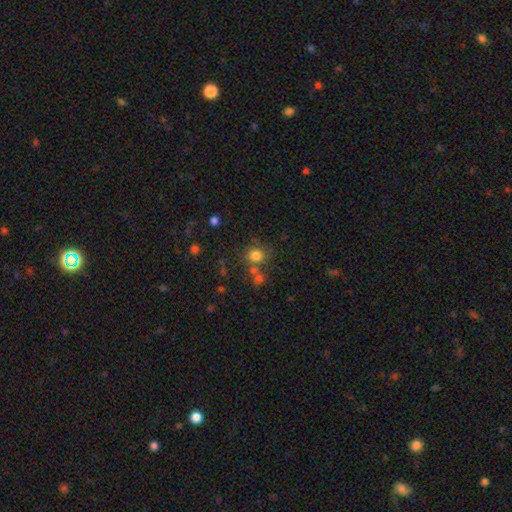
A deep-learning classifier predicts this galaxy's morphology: Smooth or featured? smooth (77%)
How rounded? round (85%)
Merging? none (64%)